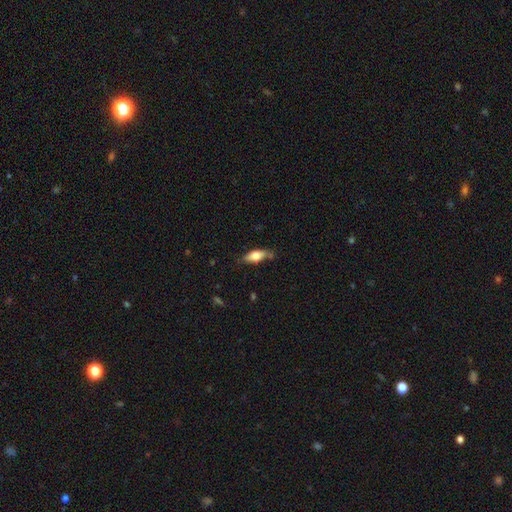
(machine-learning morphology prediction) type=smooth (68%); roundness=in between (75%); merging=none (64%).